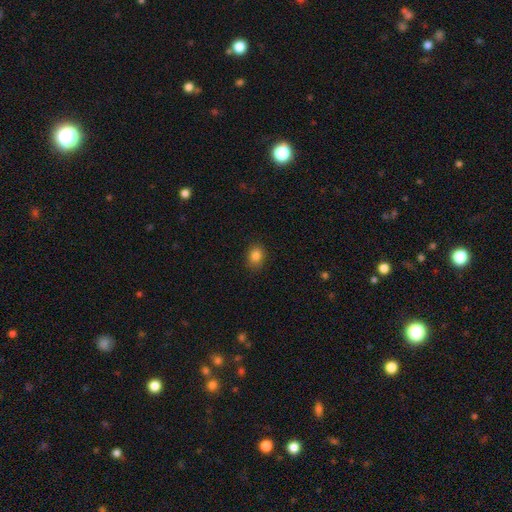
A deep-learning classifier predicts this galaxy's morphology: A smooth galaxy with no disk features (84%) that is in between round and cigar-shaped (53%).

Vote fractions:
- Smooth or featured? smooth: 84% / star or artifact: 11% / featured or disk: 5%
- How rounded? in between: 53% / round: 46% / cigar-shaped: 1%
- Merging? none: 85% / minor disturbance: 11% / major disturbance: 3% / merger: 1%